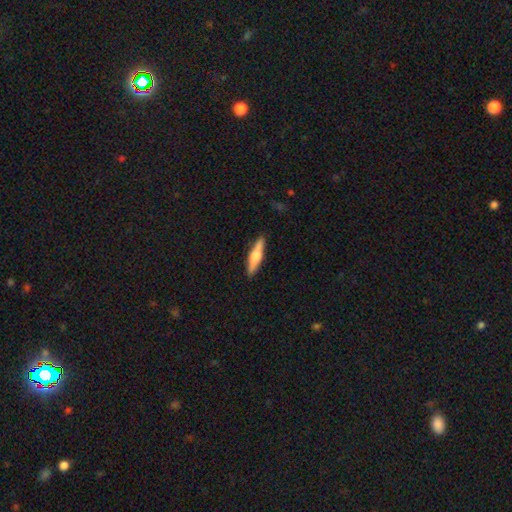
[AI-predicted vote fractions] smooth 49%, featured or disk 46%, star or artifact 6%. Down the decision tree: merging — none (88%).